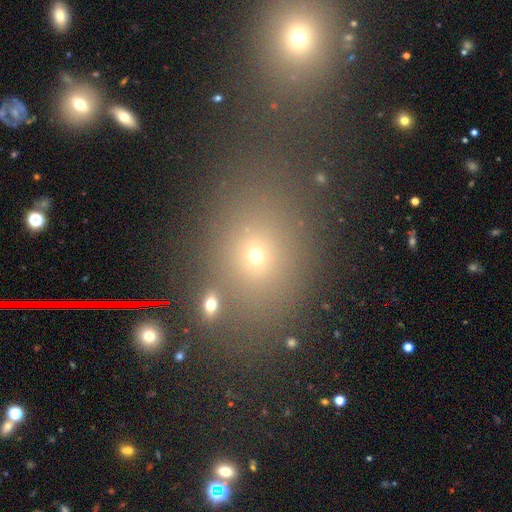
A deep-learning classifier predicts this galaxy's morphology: A smooth galaxy with no disk features (49%).

Vote fractions:
- Smooth or featured? smooth: 49% / star or artifact: 40% / featured or disk: 11%
- Merging? none: 63% / merger: 25% / minor disturbance: 8% / major disturbance: 4%